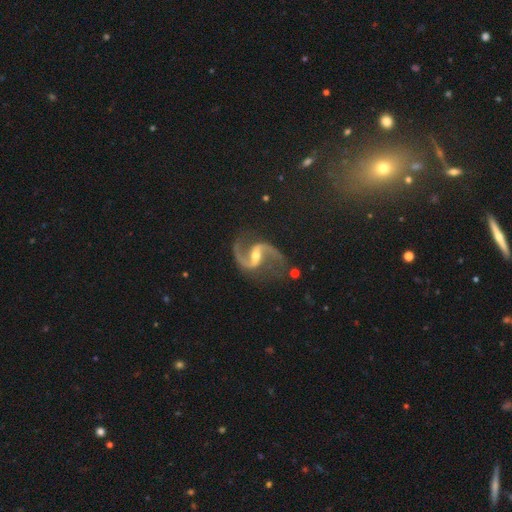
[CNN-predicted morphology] Smooth or featured: featured or disk — 93% (star or artifact — 4%)
Edge-on disk: no — 98% (yes — 2%)
Bar: weak — 43% (strong — 36%)
Spiral arms: yes — 98% (no — 2%)
Spiral winding: loose — 55% (medium — 39%)
Spiral arm count: 2 — 95% (1 — 1%)
Bulge size: moderate — 61% (small — 33%)
Merging: none — 76% (minor disturbance — 14%)